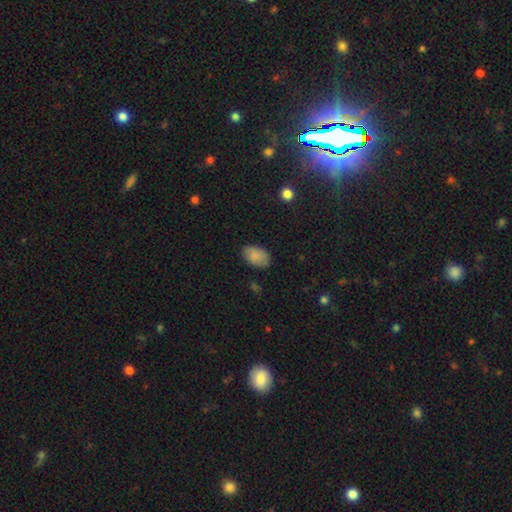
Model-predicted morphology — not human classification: Overall: smooth (86%). How rounded: in between (91%). Merging: none (79%).